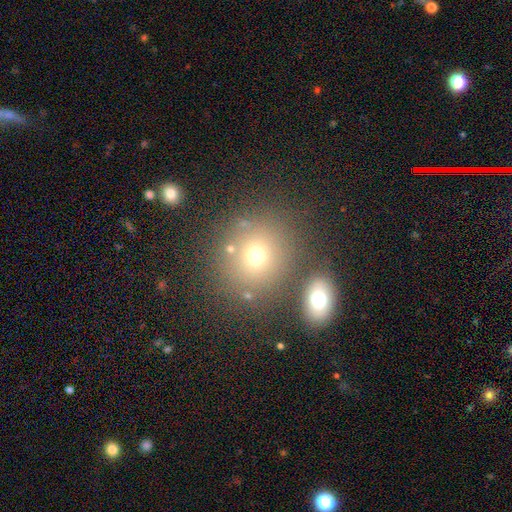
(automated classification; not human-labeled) smooth 69%, star or artifact 18%, featured or disk 13%. Down the decision tree: how rounded — round (80%); merging — none (70%).